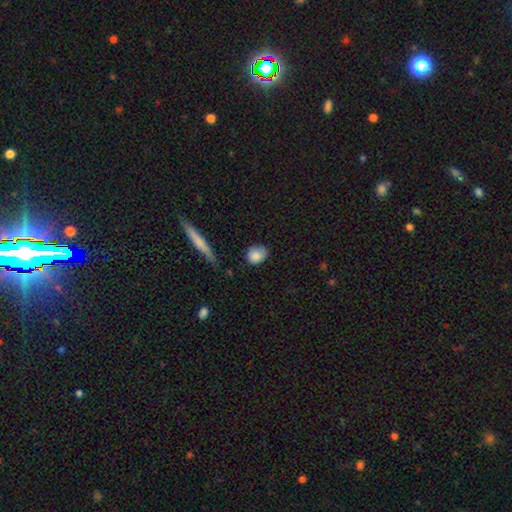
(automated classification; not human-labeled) A smooth galaxy with no disk features (85%) that is round (51%).

Vote fractions:
- Smooth or featured? smooth: 85% / featured or disk: 8% / star or artifact: 7%
- How rounded? round: 51% / in between: 46% / cigar-shaped: 3%
- Merging? none: 65% / minor disturbance: 27% / major disturbance: 5% / merger: 3%